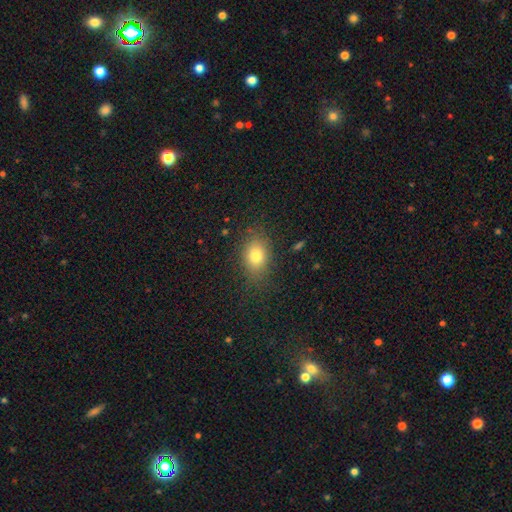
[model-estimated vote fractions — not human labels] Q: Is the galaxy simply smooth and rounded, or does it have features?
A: smooth — 79%.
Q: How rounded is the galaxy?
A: in between — 69%.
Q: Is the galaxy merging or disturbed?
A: none — 81%.